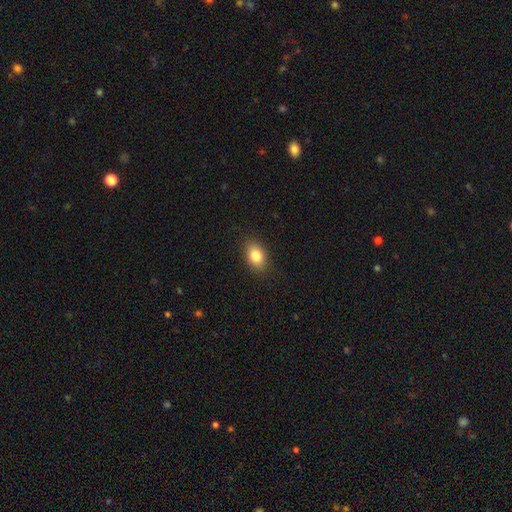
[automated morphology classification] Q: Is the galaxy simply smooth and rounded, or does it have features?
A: smooth — 84%.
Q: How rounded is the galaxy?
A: in between — 79%.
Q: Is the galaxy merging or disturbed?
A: none — 87%.